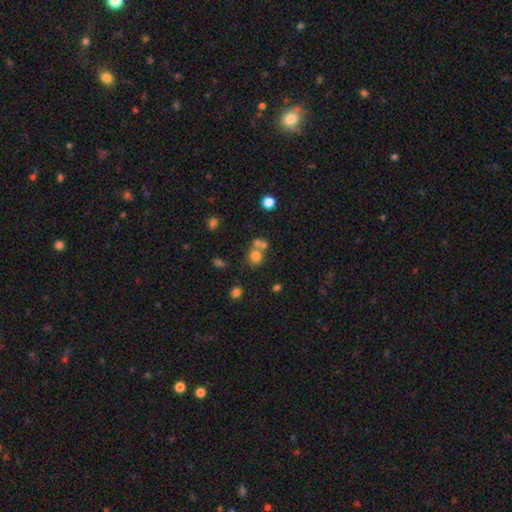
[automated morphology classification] Q: Smooth or featured?
A: smooth (72%); runner-up: star or artifact (16%)
Q: How rounded?
A: round (81%); runner-up: in between (18%)
Q: Merging?
A: none (45%); runner-up: merger (43%)